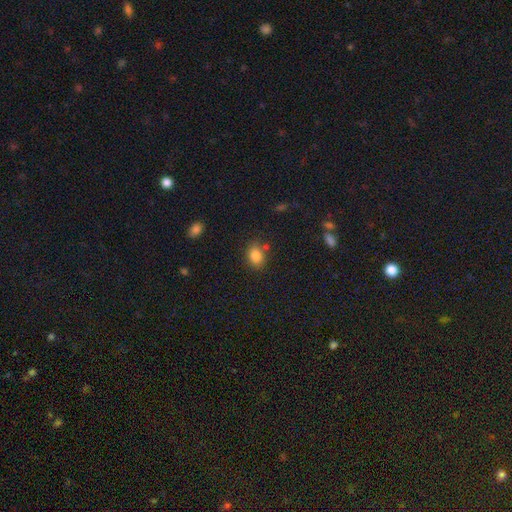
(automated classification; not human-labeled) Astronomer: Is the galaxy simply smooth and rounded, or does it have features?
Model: smooth — 83%.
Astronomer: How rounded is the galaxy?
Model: in between — 66%.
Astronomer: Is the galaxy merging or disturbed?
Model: none — 74%.